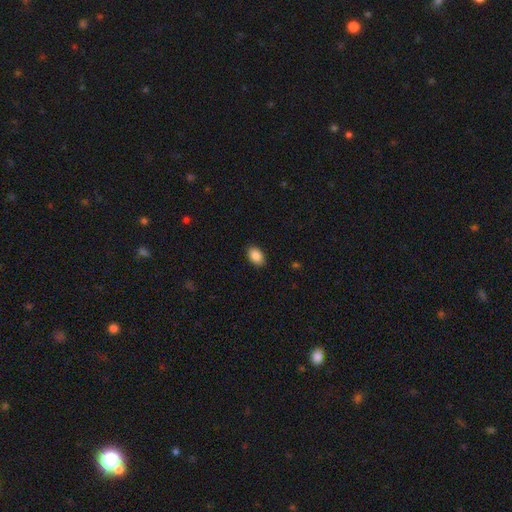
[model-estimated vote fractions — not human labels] This appears to be a smooth galaxy with no disk features (88%) that is in between round and cigar-shaped (87%). Merging: none (89%).